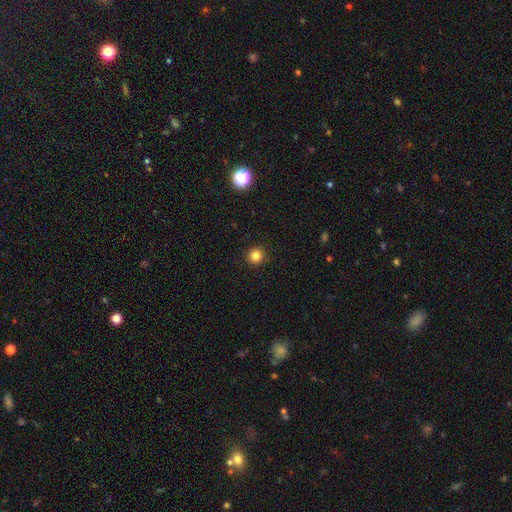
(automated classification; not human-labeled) Smooth or featured? smooth (83%)
How rounded? round (93%)
Merging? none (91%)